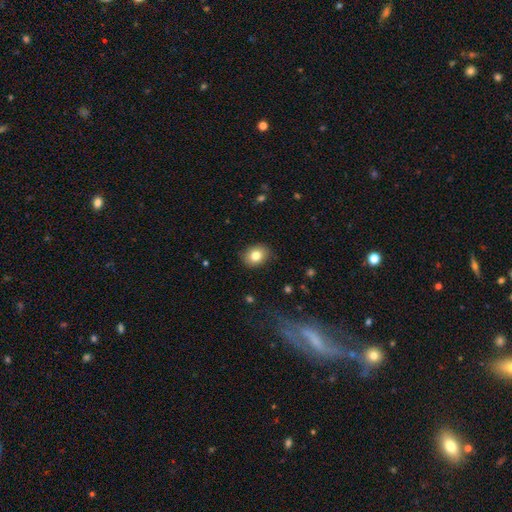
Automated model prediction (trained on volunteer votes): This appears to be a smooth galaxy with no disk features (81%) that is in between round and cigar-shaped (57%). Merging: none (87%).